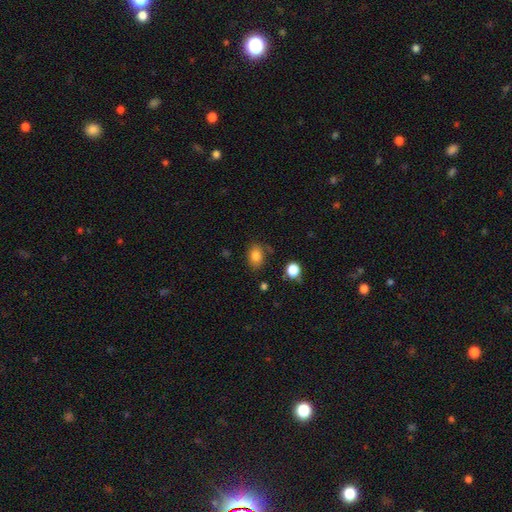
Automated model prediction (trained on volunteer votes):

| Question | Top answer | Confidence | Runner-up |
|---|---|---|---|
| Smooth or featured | smooth | 82% | star or artifact (11%) |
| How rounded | in between | 66% | round (33%) |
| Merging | none | 73% | minor disturbance (18%) |